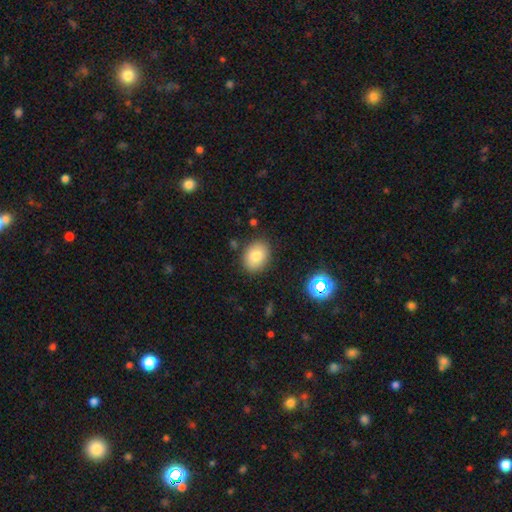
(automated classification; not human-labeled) Q: Smooth or featured?
A: smooth (81%); runner-up: star or artifact (10%)
Q: How rounded?
A: in between (64%); runner-up: round (35%)
Q: Merging?
A: none (85%); runner-up: minor disturbance (10%)